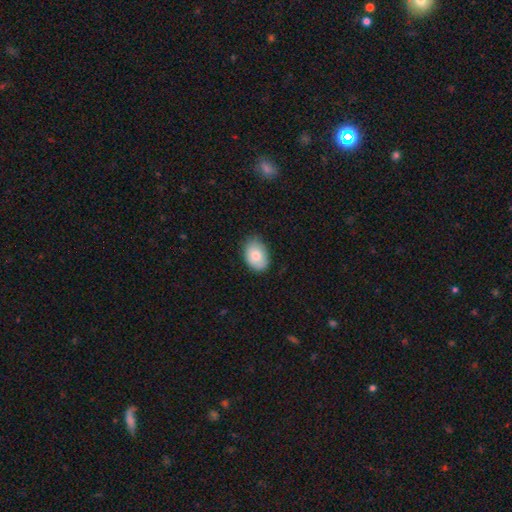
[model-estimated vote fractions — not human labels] A smooth galaxy with no disk features (80%) that is in between round and cigar-shaped (84%).

Vote fractions:
- Smooth or featured? smooth: 80% / featured or disk: 13% / star or artifact: 7%
- How rounded? in between: 84% / round: 15% / cigar-shaped: 1%
- Merging? none: 78% / minor disturbance: 19% / major disturbance: 3% / merger: 1%